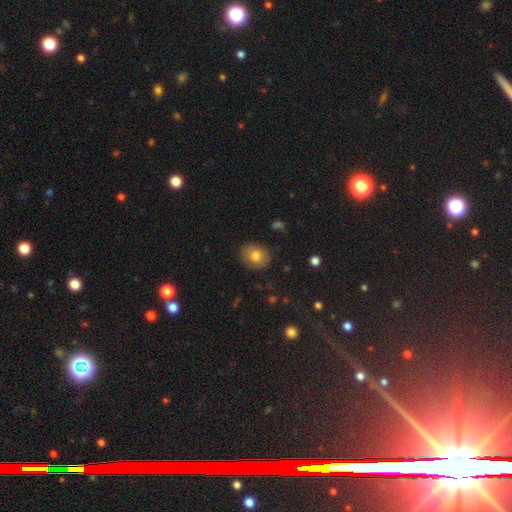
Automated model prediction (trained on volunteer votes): Overall: smooth (78%). How rounded: round (59%; in between 40%). Merging: none (85%).